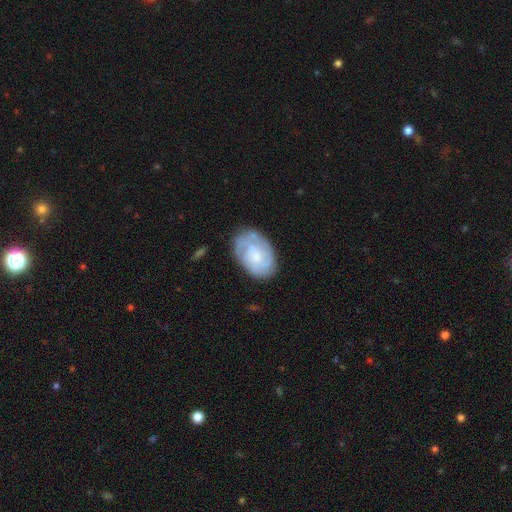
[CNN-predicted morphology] A featured or disk galaxy (57%) with no bar (72%), spiral arms (80%) and a small central bulge (61%).

Vote fractions:
- Smooth or featured? featured or disk: 57% / smooth: 37% / star or artifact: 6%
- Edge-on disk? no: 97% / yes: 3%
- Bar? no: 72% / weak: 25% / strong: 3%
- Spiral arms? yes: 80% / no: 20%
- Bulge size? small: 61% / moderate: 28% / none: 7% / large: 3% / dominant: 1%
- Merging? none: 71% / minor disturbance: 21% / major disturbance: 6% / merger: 2%